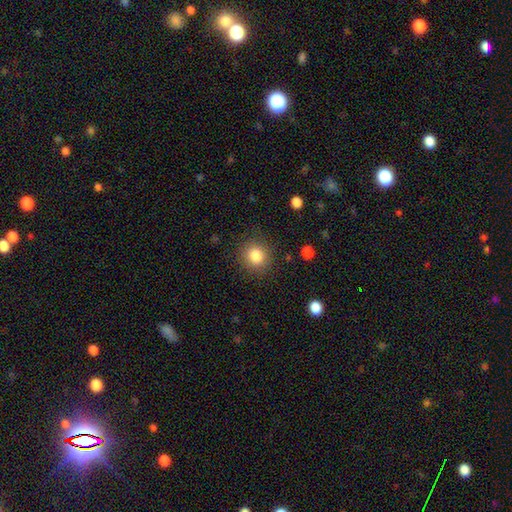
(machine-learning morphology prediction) Q: Smooth or featured?
A: smooth (84%); runner-up: star or artifact (10%)
Q: How rounded?
A: round (87%); runner-up: in between (12%)
Q: Merging?
A: none (87%); runner-up: minor disturbance (9%)